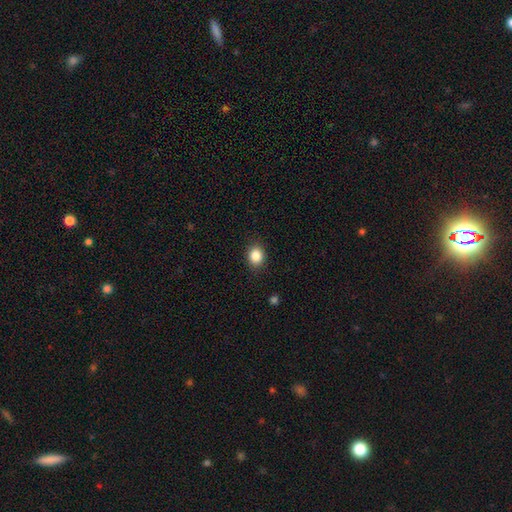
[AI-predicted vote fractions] A smooth galaxy with no disk features (85%) that is round (61%).

Vote fractions:
- Smooth or featured? smooth: 85% / star or artifact: 10% / featured or disk: 5%
- How rounded? round: 61% / in between: 38% / cigar-shaped: 1%
- Merging? none: 89% / minor disturbance: 8% / major disturbance: 2% / merger: 1%